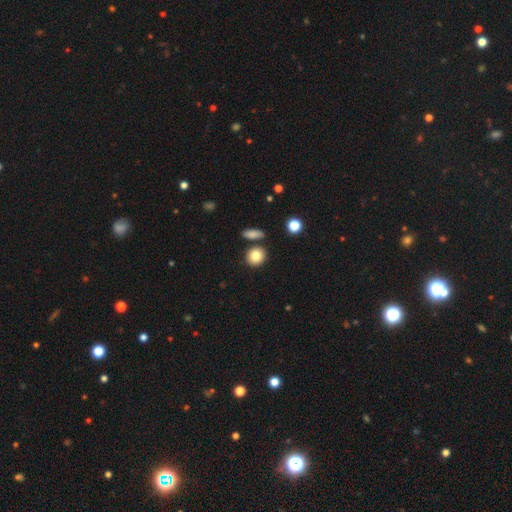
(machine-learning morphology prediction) The model was most divided on "how rounded": round: 77%, in between: 21%, cigar-shaped: 1%. More confident: smooth or featured — smooth (83%); merging — none (80%).